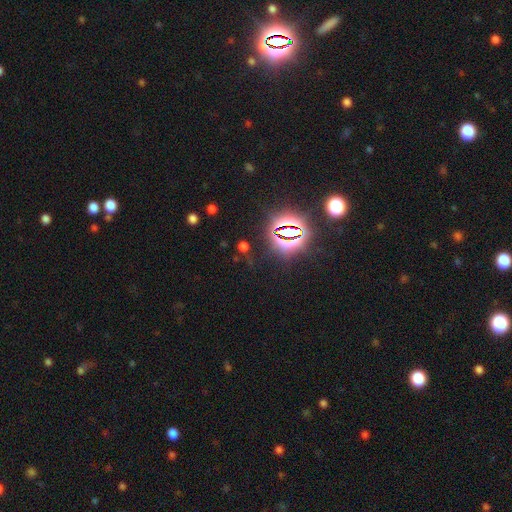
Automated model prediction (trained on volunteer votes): Q: Smooth or featured?
A: star or artifact (83%); runner-up: smooth (10%)